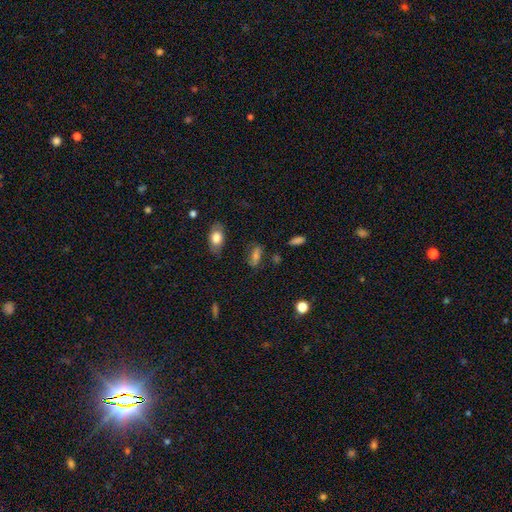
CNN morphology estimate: A smooth galaxy with no disk features (61%) that is in between round and cigar-shaped (76%).

Vote fractions:
- Smooth or featured? smooth: 61% / featured or disk: 22% / star or artifact: 17%
- How rounded? in between: 76% / cigar-shaped: 14% / round: 10%
- Merging? none: 74% / minor disturbance: 16% / major disturbance: 6% / merger: 4%